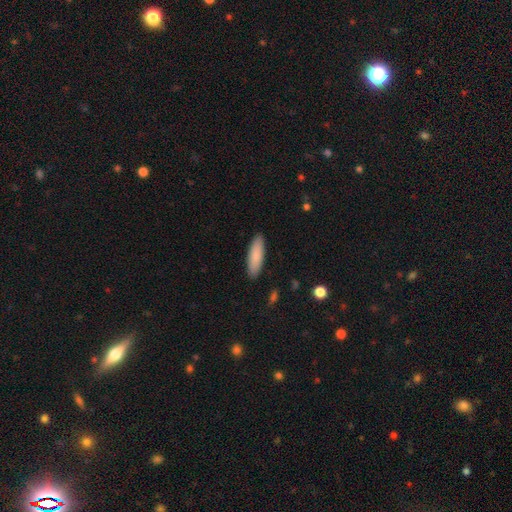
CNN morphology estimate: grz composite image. It shows a smooth galaxy with no disk features (87%) that is cigar-shaped (52%). Merging: none (90%).